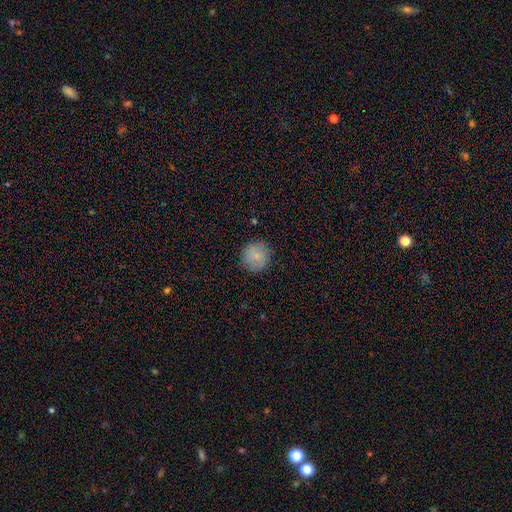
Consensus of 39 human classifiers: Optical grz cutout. It shows a smooth galaxy with no disk features (85%) that is round (88%). Merging: none (80%).